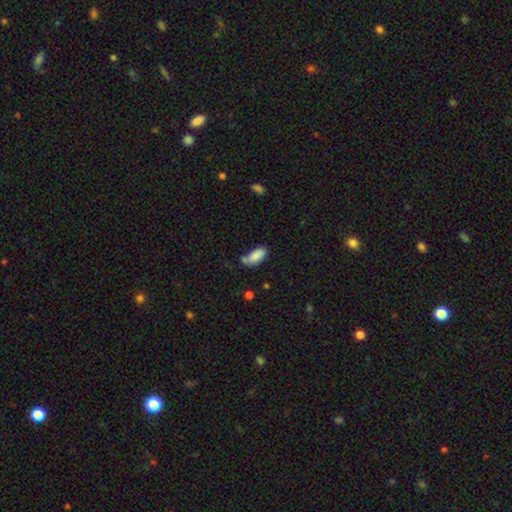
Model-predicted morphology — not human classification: Q: Smooth or featured?
A: smooth (85%); runner-up: featured or disk (7%)
Q: How rounded?
A: in between (89%); runner-up: cigar-shaped (9%)
Q: Merging?
A: none (54%); runner-up: minor disturbance (23%)